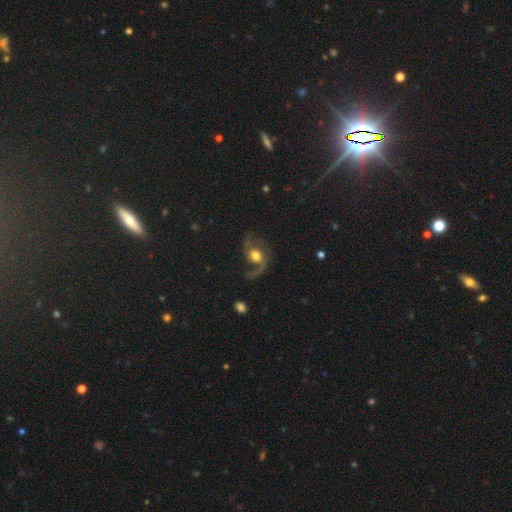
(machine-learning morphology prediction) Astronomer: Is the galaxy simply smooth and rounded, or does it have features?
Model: featured or disk — 80%.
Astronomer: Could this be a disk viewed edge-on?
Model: no — 97%.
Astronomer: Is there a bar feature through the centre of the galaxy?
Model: no — 63%.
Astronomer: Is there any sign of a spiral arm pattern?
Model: yes — 94%.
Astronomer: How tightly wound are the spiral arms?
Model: loose — 62%.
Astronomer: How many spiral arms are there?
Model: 2 — 84%.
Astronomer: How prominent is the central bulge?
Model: moderate — 59%.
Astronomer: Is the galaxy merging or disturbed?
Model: none — 57%.